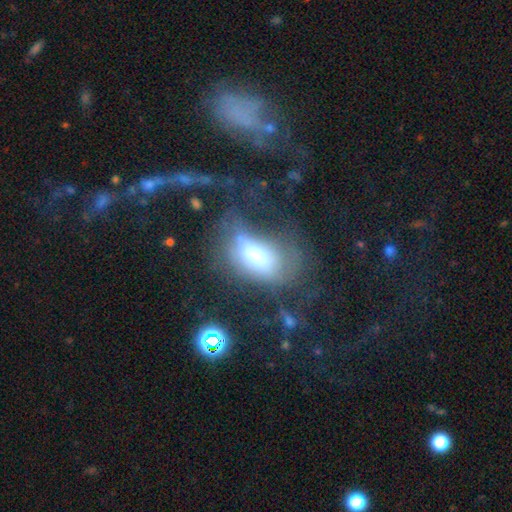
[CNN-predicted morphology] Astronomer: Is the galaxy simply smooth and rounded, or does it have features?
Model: smooth — 57%.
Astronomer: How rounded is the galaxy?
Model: in between — 85%.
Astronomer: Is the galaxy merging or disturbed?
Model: major disturbance — 43% (runner-up: none, 29%).